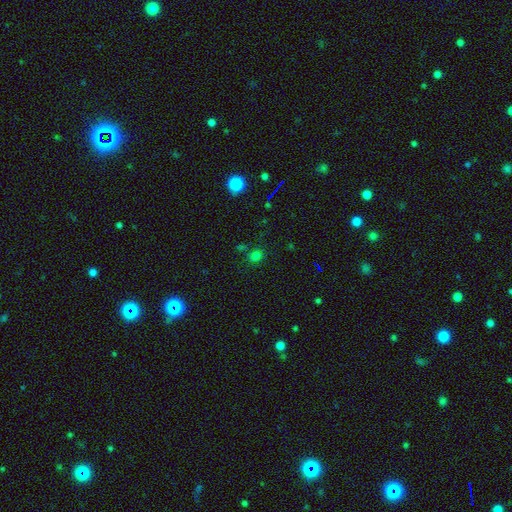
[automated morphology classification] Smooth or featured?
  - smooth: 68% *
  - star or artifact: 27%
  - featured or disk: 5%
How rounded?
  - round: 72% *
  - in between: 26%
  - cigar-shaped: 1%
Merging?
  - none: 77% *
  - minor disturbance: 11%
  - merger: 8%
  - major disturbance: 4%